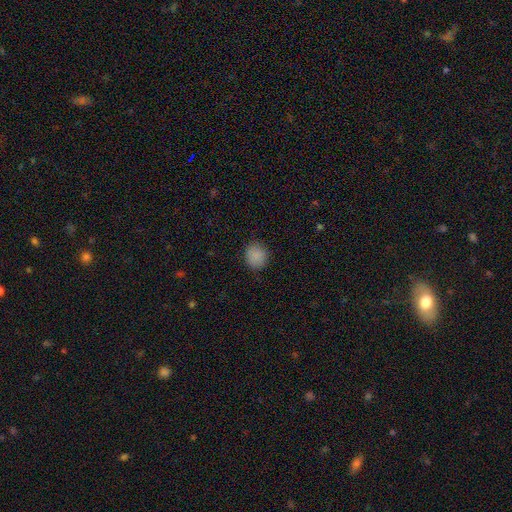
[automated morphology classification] This appears to be a smooth galaxy with no disk features (87%) that is round (82%). Merging: none (87%).